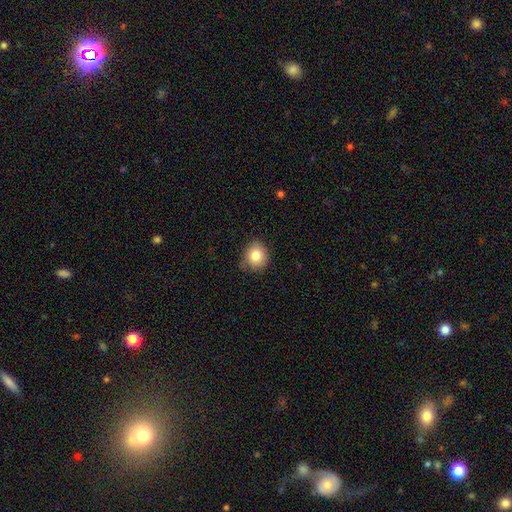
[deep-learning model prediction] This appears to be a smooth galaxy with no disk features (82%) that is round (81%). Merging: none (79%).